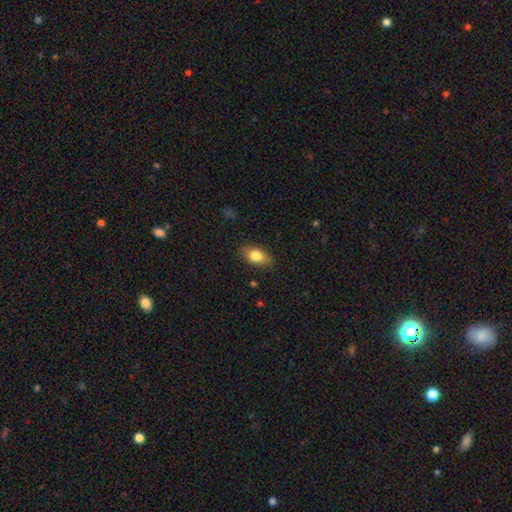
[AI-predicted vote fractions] smooth-or-featured: smooth: 80% | featured or disk: 12% | star or artifact: 7%
  how-rounded: in between: 86% | round: 9% | cigar-shaped: 5%
  merging: none: 84% | minor disturbance: 13% | major disturbance: 3% | merger: 1%